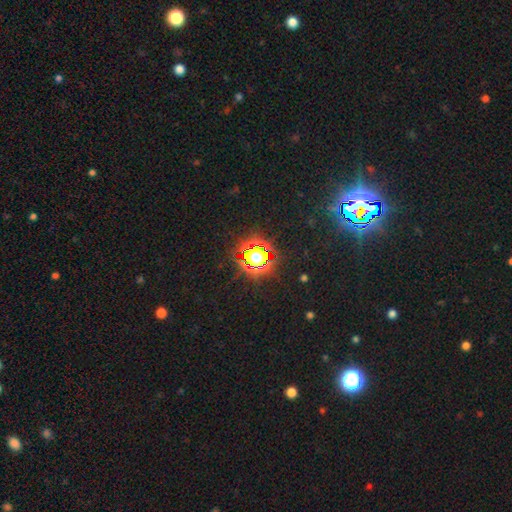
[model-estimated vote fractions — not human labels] Morphology: type=star or artifact (71%).